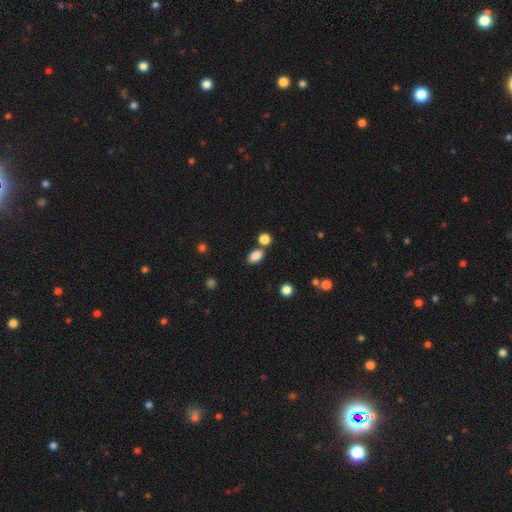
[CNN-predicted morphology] A smooth galaxy with no disk features (84%) that is in between round and cigar-shaped (85%).

Vote fractions:
- Smooth or featured? smooth: 84% / star or artifact: 10% / featured or disk: 6%
- How rounded? in between: 85% / round: 13% / cigar-shaped: 2%
- Merging? none: 67% / merger: 18% / minor disturbance: 12% / major disturbance: 3%